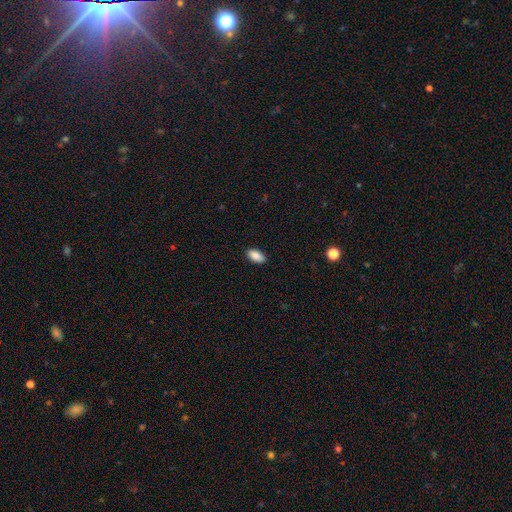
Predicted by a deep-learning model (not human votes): Smooth or featured? smooth (90%)
How rounded? in between (93%)
Merging? none (90%)